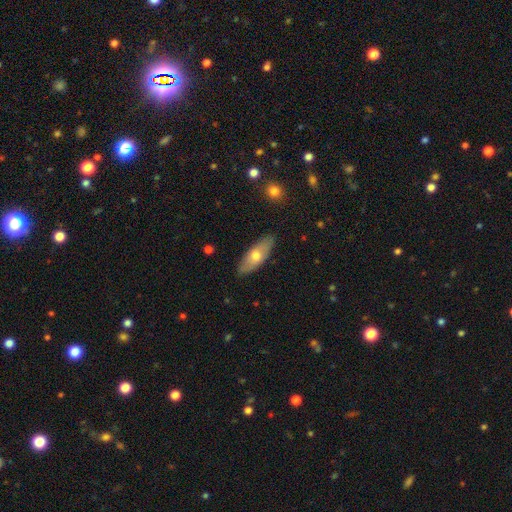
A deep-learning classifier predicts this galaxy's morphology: The model was most divided on "smooth or featured": smooth: 61%, featured or disk: 34%, star or artifact: 6%. More confident: merging — none (86%); how rounded — in between (69%).